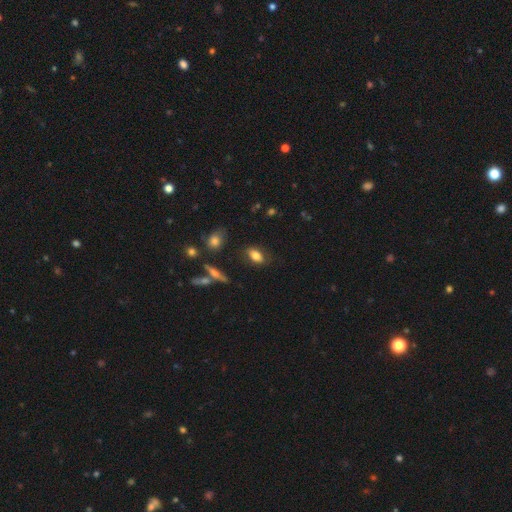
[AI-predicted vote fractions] A smooth galaxy with no disk features (77%) that is in between round and cigar-shaped (86%).

Vote fractions:
- Smooth or featured? smooth: 77% / featured or disk: 14% / star or artifact: 9%
- How rounded? in between: 86% / round: 8% / cigar-shaped: 6%
- Merging? none: 79% / minor disturbance: 14% / major disturbance: 4% / merger: 3%